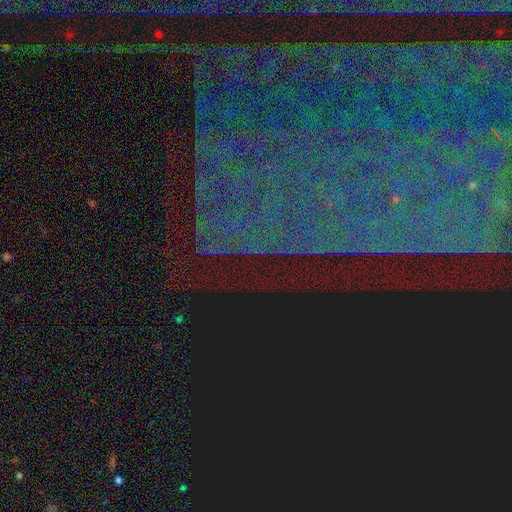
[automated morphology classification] A star or artifact, not a galaxy (86%).

Vote fractions:
- Smooth or featured? star or artifact: 86% / featured or disk: 7% / smooth: 6%